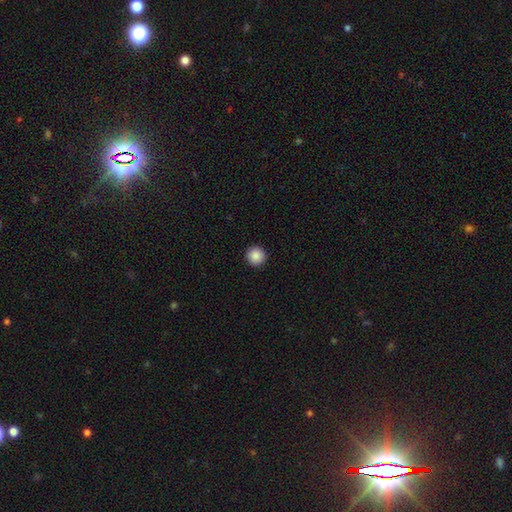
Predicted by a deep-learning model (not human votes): Overall: smooth (88%). How rounded: round (95%). Merging: none (93%).